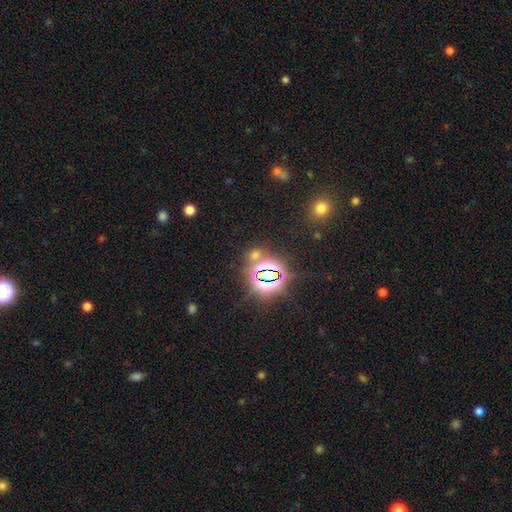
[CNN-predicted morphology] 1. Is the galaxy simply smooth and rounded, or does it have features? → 73% star or artifact, 20% smooth, 8% featured or disk.